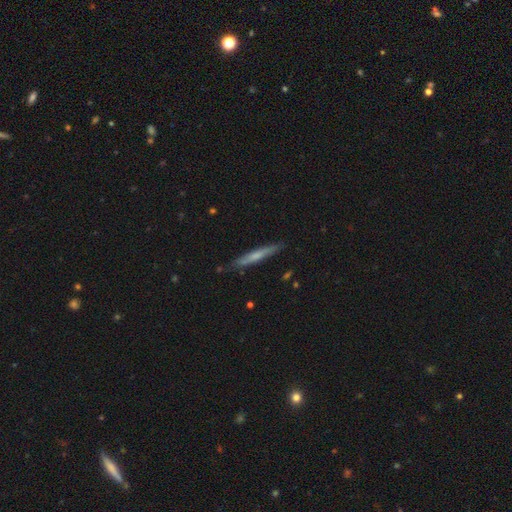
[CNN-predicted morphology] smooth 54%, featured or disk 40%, star or artifact 6%. Down the decision tree: how rounded — cigar-shaped (95%); merging — none (85%).